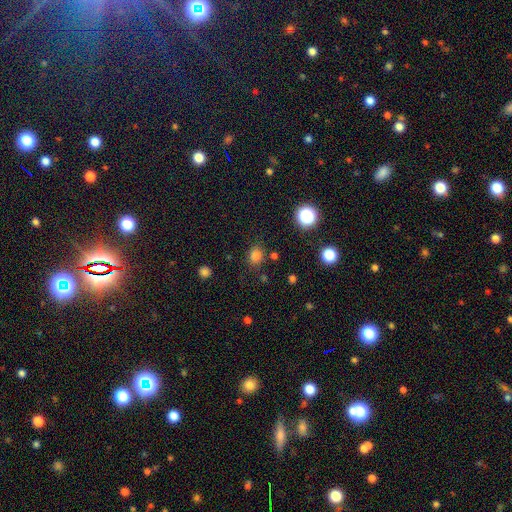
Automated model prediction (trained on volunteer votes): Smooth or featured?
  - smooth: 79% *
  - star or artifact: 16%
  - featured or disk: 5%
How rounded?
  - round: 68% *
  - in between: 31%
  - cigar-shaped: 1%
Merging?
  - none: 82% *
  - minor disturbance: 11%
  - merger: 4%
  - major disturbance: 3%